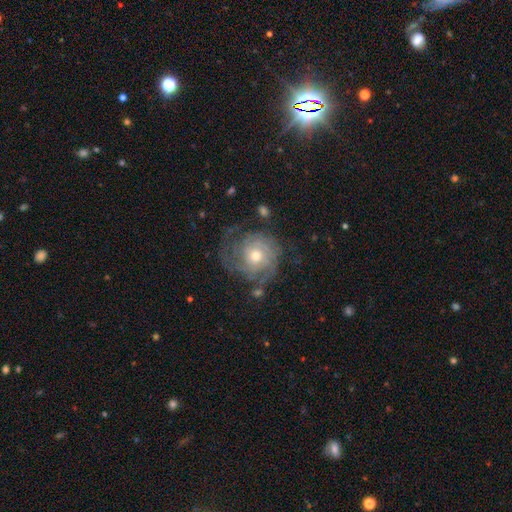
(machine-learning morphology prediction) Smooth or featured? Predicted: featured or disk (p=0.84). Edge-on disk? Predicted: no (p=0.98). Bar? Predicted: no (p=0.79). Spiral arms? Predicted: yes (p=0.94). Spiral winding? Predicted: tight (p=0.70). Spiral arm count? Predicted: can't tell (p=0.34). Bulge size? Predicted: moderate (p=0.67). Merging? Predicted: none (p=0.64).